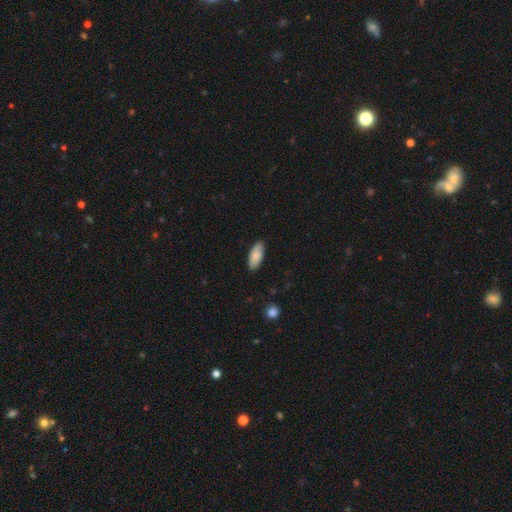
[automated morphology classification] This is clearly a smooth galaxy (86%). How rounded: clearly in between (86%). Merging: clearly none (82%).